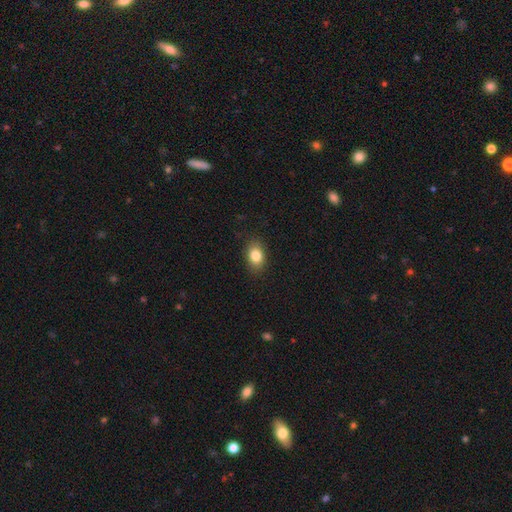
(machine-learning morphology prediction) A smooth galaxy with no disk features (83%) that is in between round and cigar-shaped (77%).

Vote fractions:
- Smooth or featured? smooth: 83% / star or artifact: 9% / featured or disk: 8%
- How rounded? in between: 77% / round: 21% / cigar-shaped: 2%
- Merging? none: 86% / minor disturbance: 10% / major disturbance: 3% / merger: 1%